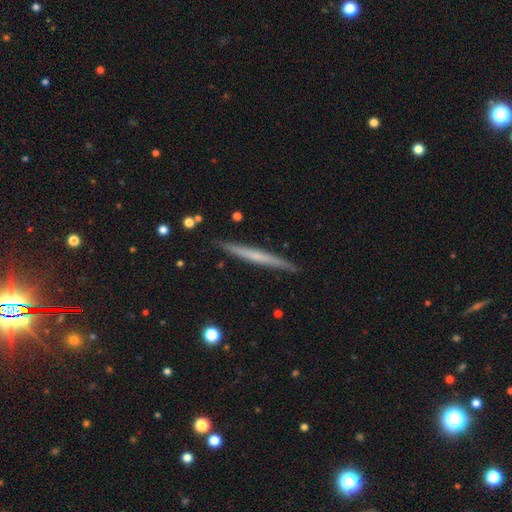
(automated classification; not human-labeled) Smooth or featured? Predicted: featured or disk (p=0.51). Edge-on disk? Predicted: yes (p=0.97). Merging? Predicted: none (p=0.90).